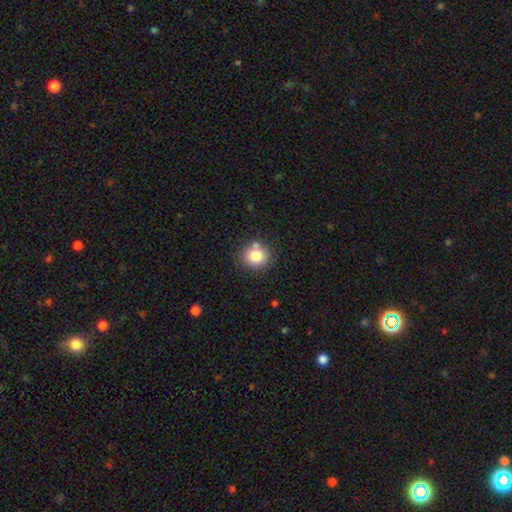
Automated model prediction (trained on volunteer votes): Smooth or featured?
  - smooth: 81% *
  - star or artifact: 11%
  - featured or disk: 8%
How rounded?
  - round: 87% *
  - in between: 12%
  - cigar-shaped: 1%
Merging?
  - none: 74% *
  - minor disturbance: 13%
  - merger: 9%
  - major disturbance: 3%